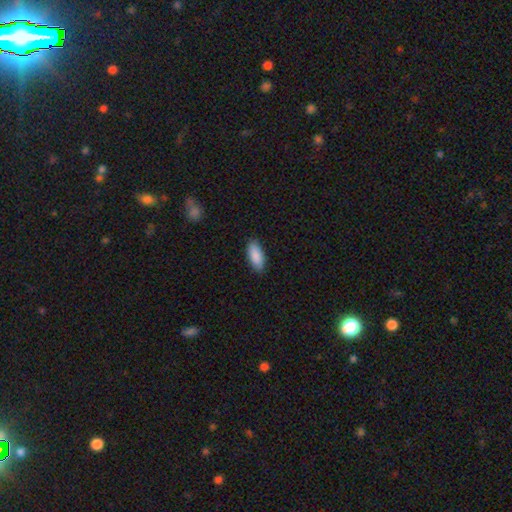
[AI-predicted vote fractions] Overall: smooth (89%). How rounded: in between (81%). Merging: none (88%).